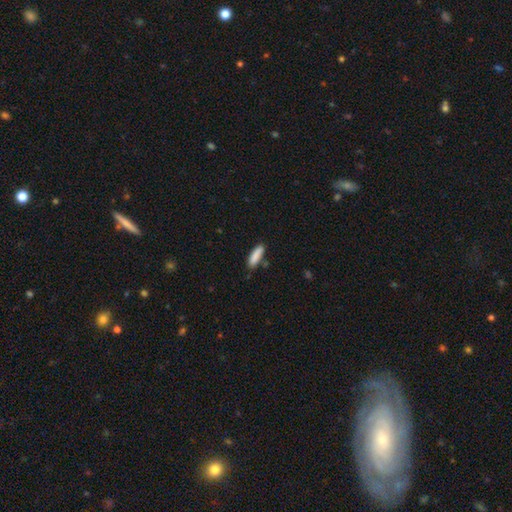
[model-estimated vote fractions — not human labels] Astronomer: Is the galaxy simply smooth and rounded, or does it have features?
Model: smooth — 88%.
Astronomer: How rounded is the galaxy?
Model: cigar-shaped — 56% (runner-up: in between, 42%).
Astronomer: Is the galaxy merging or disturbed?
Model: none — 77%.